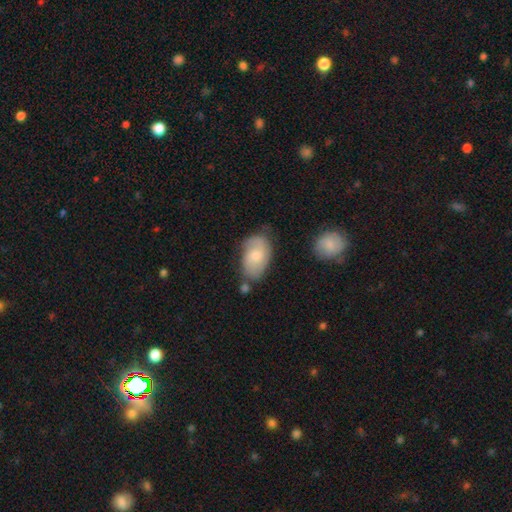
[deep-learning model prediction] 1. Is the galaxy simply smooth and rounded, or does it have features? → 48% featured or disk, 45% smooth, 7% star or artifact.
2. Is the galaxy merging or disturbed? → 60% none, 25% minor disturbance, 8% major disturbance, 7% merger.